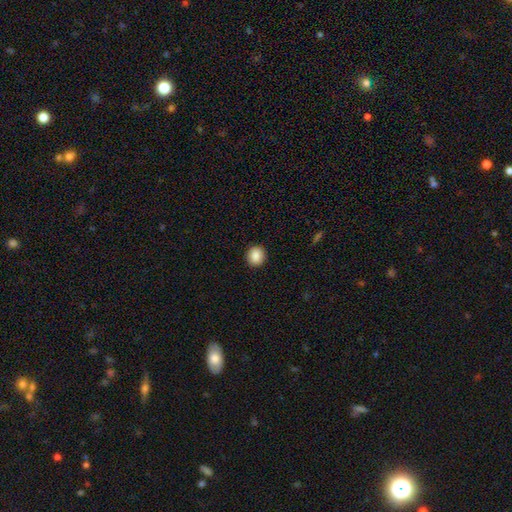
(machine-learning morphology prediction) smooth 88%, star or artifact 8%, featured or disk 4%. Down the decision tree: how rounded — round (85%); merging — none (92%).